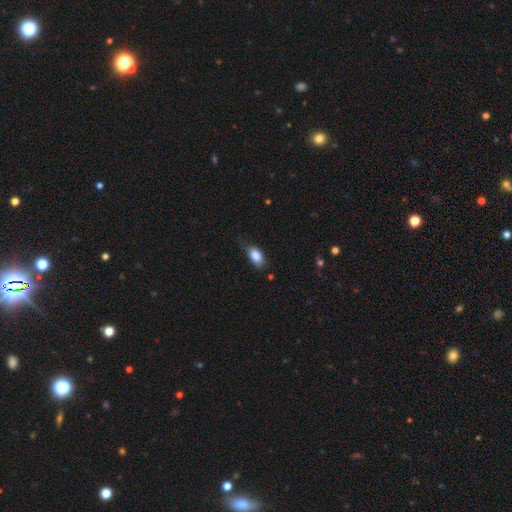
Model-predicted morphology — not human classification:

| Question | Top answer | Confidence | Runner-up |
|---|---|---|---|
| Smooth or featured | smooth | 84% | featured or disk (8%) |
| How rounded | in between | 88% | round (8%) |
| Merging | none | 53% | minor disturbance (34%) |